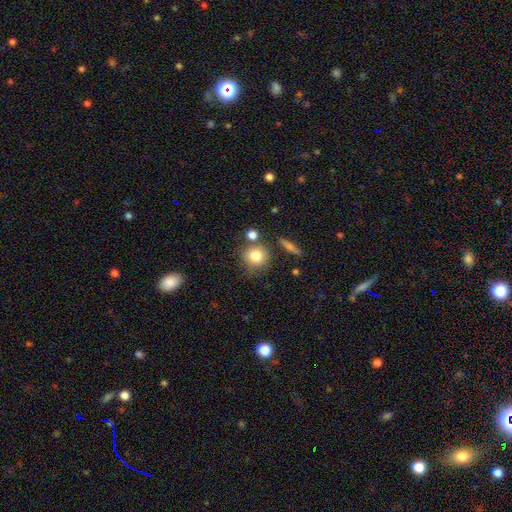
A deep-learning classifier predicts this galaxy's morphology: Smooth or featured?
  - smooth: 80% *
  - star or artifact: 11%
  - featured or disk: 10%
How rounded?
  - round: 87% *
  - in between: 11%
  - cigar-shaped: 1%
Merging?
  - none: 71% *
  - merger: 13%
  - minor disturbance: 12%
  - major disturbance: 4%